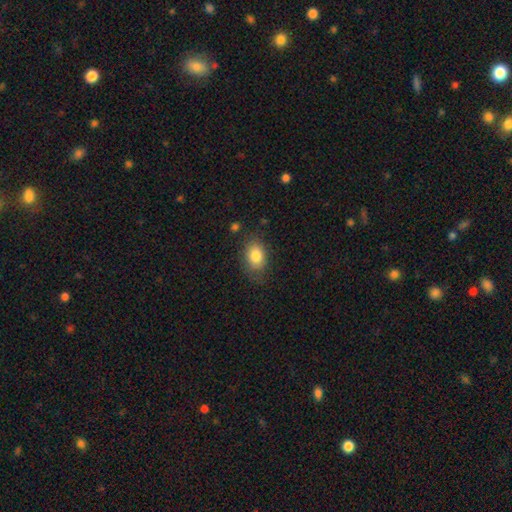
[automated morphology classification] A smooth galaxy with no disk features (82%) that is in between round and cigar-shaped (82%). Merging: none (75%).